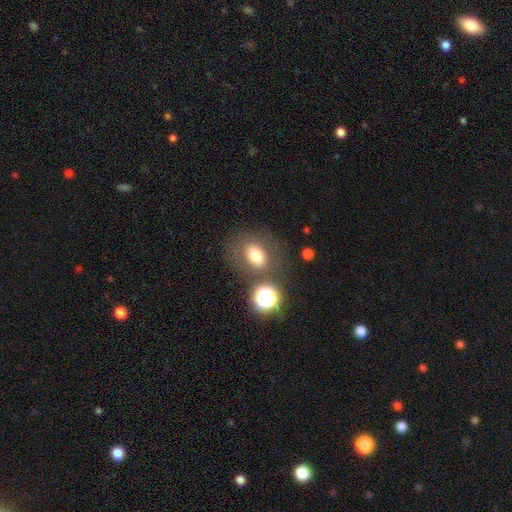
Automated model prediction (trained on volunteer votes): Smooth or featured: smooth — 71% (featured or disk — 15%)
How rounded: in between — 59% (round — 39%)
Merging: none — 69% (minor disturbance — 13%)